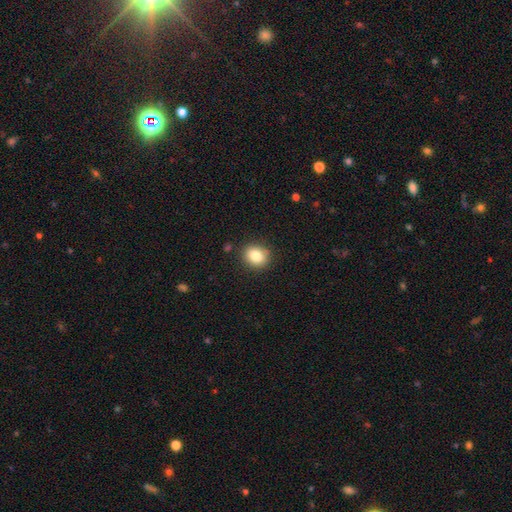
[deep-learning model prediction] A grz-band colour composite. It shows a smooth galaxy with no disk features (83%) that is round (67%). Merging: none (88%).